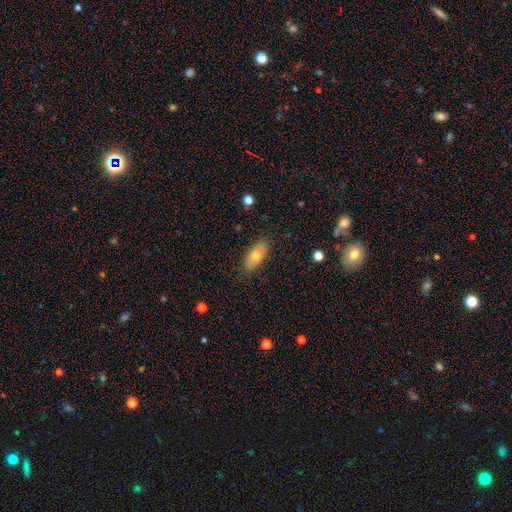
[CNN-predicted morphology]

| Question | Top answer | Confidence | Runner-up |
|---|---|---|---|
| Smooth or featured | smooth | 72% | featured or disk (21%) |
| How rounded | in between | 82% | cigar-shaped (15%) |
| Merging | none | 85% | minor disturbance (12%) |